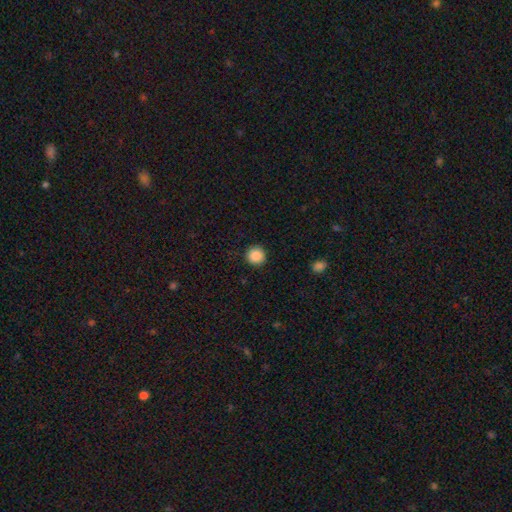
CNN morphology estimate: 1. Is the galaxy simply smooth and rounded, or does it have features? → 87% smooth, 9% star or artifact, 4% featured or disk.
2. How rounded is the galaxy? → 95% round, 4% in between, 1% cigar-shaped.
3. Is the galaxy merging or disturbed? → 92% none, 5% minor disturbance, 2% major disturbance, 1% merger.